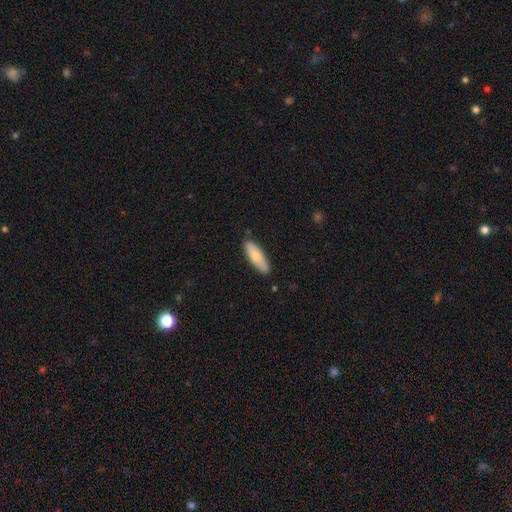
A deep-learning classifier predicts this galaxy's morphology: Smooth or featured? Predicted: smooth (p=0.72). How rounded? Predicted: in between (p=0.53). Merging? Predicted: none (p=0.84).